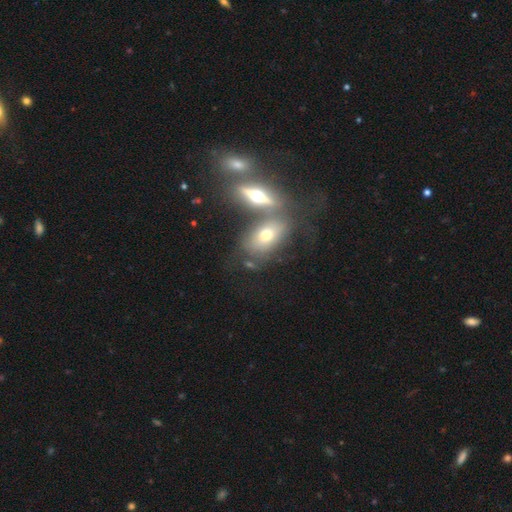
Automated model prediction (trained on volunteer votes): This appears to be a featured or disk galaxy (50%). Merging: merger (65%).